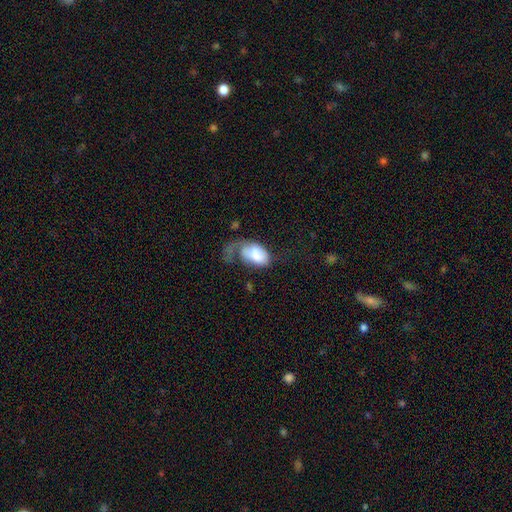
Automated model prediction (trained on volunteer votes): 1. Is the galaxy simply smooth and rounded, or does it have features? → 63% smooth, 30% featured or disk, 7% star or artifact.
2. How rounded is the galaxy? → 91% in between, 7% round, 2% cigar-shaped.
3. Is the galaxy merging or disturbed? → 56% major disturbance, 18% minor disturbance, 16% none, 10% merger.